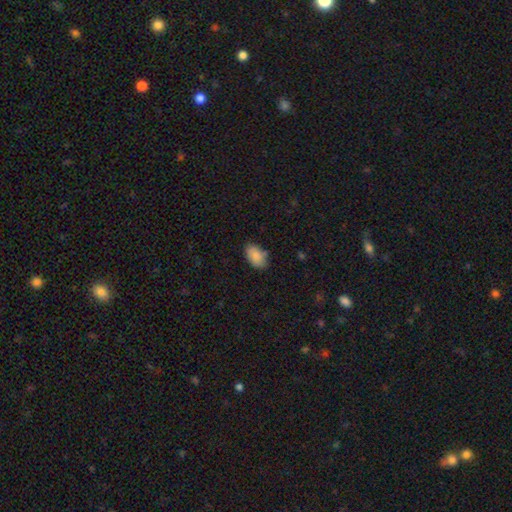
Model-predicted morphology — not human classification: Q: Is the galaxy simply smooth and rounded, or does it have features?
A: smooth — 88%.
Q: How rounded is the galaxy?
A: in between — 93%.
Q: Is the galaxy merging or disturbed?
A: none — 77%.